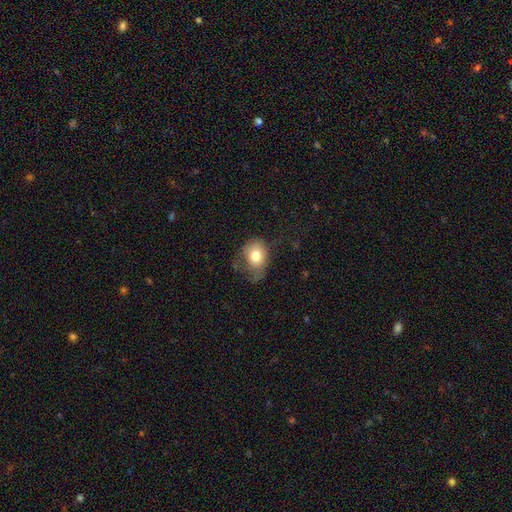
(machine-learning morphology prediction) Smooth or featured? smooth (75%)
How rounded? in between (52%)
Merging? none (38%)